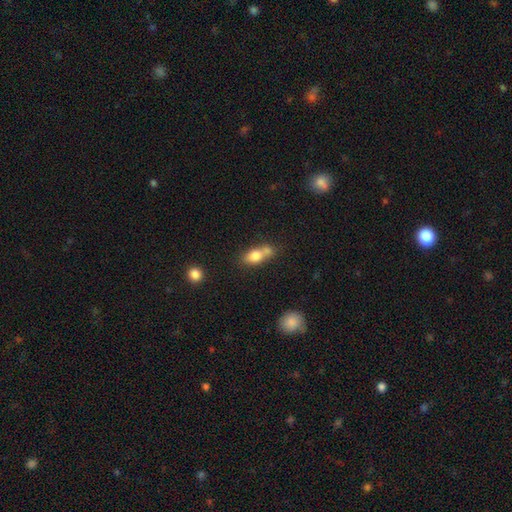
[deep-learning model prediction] smooth-or-featured: smooth: 77% | featured or disk: 15% | star or artifact: 9%
  how-rounded: in between: 73% | round: 19% | cigar-shaped: 8%
  merging: merger: 50% | none: 33% | minor disturbance: 12% | major disturbance: 5%